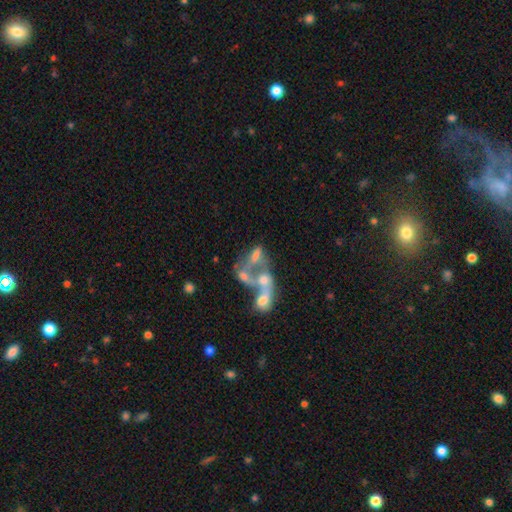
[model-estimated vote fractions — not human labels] featured or disk 46%, smooth 39%, star or artifact 15%. Down the decision tree: merging — merger (68%).